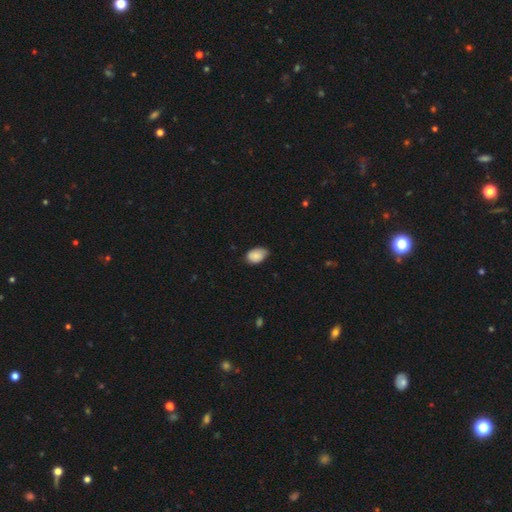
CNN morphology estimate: Smooth or featured: smooth — 85% (featured or disk — 8%)
How rounded: in between — 84% (round — 15%)
Merging: none — 64% (minor disturbance — 31%)